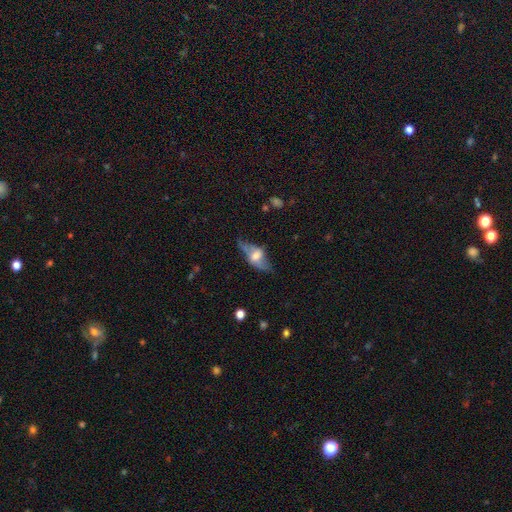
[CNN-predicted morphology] smooth_or_featured: featured or disk (p=0.60) [alt: smooth p=0.32]
disk_edge_on: yes (p=0.56) [alt: no p=0.44]
merging: none (p=0.55) [alt: minor disturbance p=0.26]